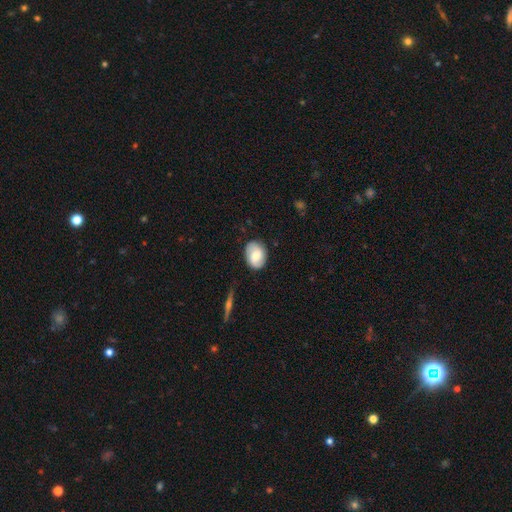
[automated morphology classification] type=smooth (52%); roundness=in between (65%); merging=none (81%).